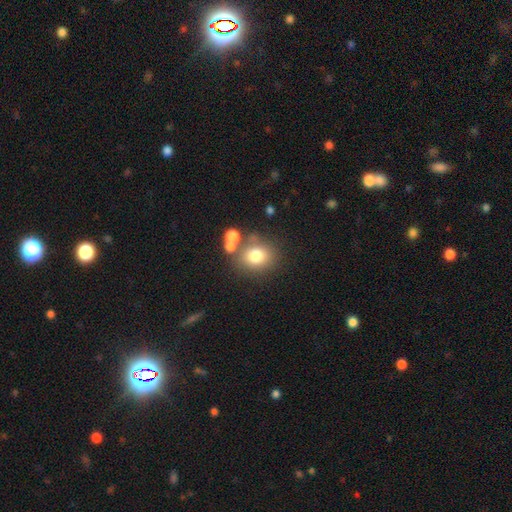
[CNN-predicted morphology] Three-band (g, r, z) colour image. It shows a smooth galaxy with no disk features (75%) that is round (73%). Merging: none (64%).